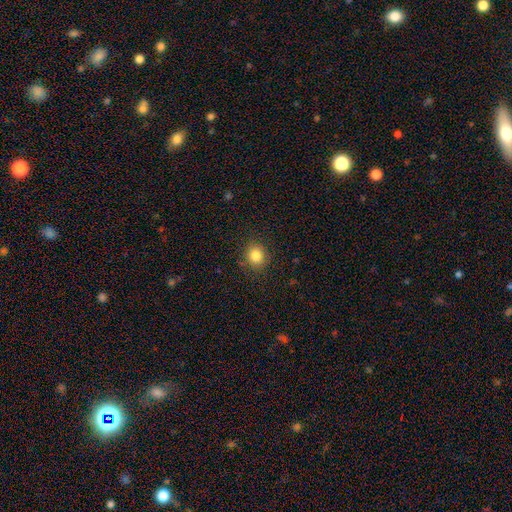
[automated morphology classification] Smooth or featured? smooth (83%)
How rounded? round (83%)
Merging? none (87%)